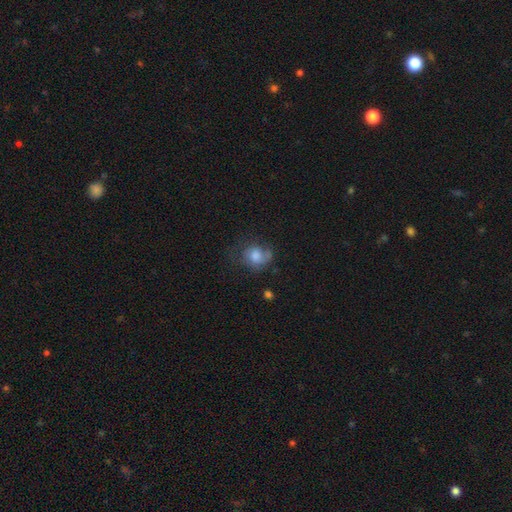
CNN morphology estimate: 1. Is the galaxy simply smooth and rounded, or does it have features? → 67% smooth, 23% featured or disk, 10% star or artifact.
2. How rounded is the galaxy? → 66% round, 33% in between, 1% cigar-shaped.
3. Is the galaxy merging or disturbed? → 47% none, 27% minor disturbance, 22% major disturbance, 4% merger.